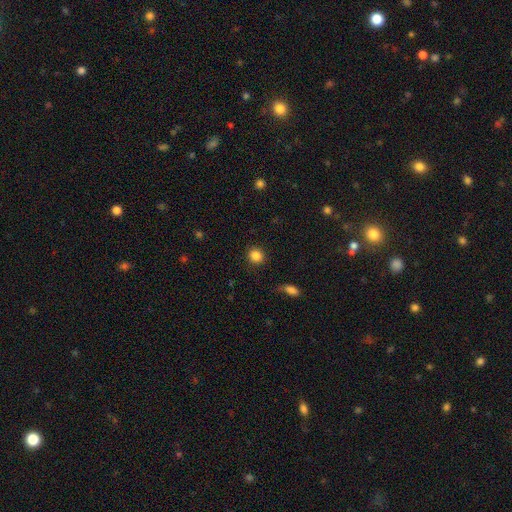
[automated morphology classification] This appears to be a smooth galaxy with no disk features (86%) that is round (87%). Merging: none (89%).